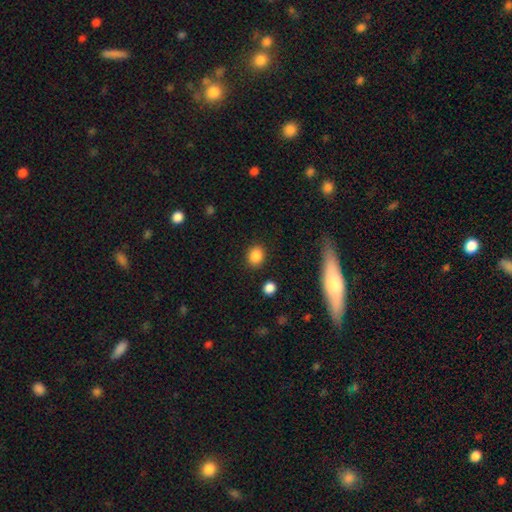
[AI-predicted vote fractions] smooth 87%, star or artifact 10%, featured or disk 4%. Down the decision tree: how rounded — round (55%); merging — none (87%).